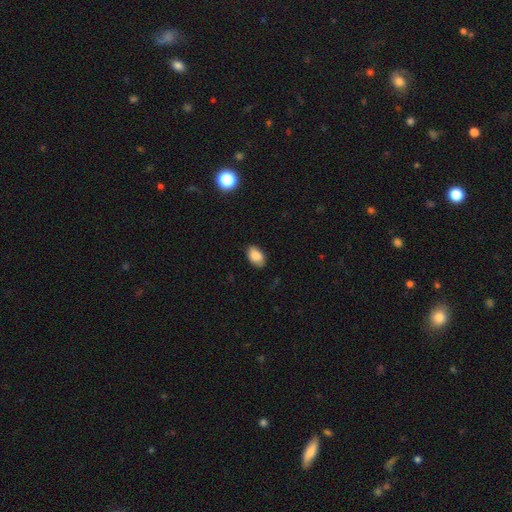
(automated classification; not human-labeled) Morphology: type=smooth (87%); roundness=in between (91%); merging=none (83%).